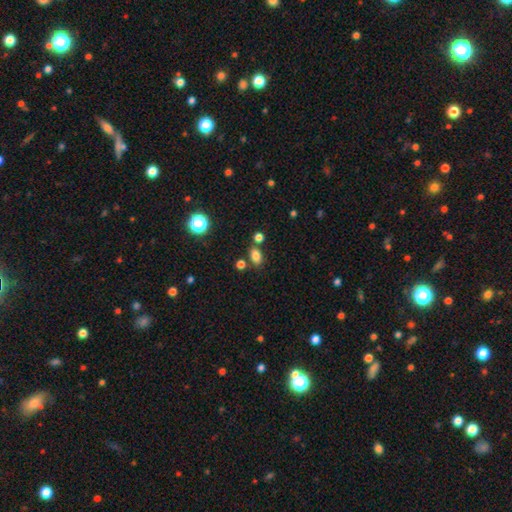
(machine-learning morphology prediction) A smooth galaxy with no disk features (80%) that is in between round and cigar-shaped (80%). Merging: none (73%).